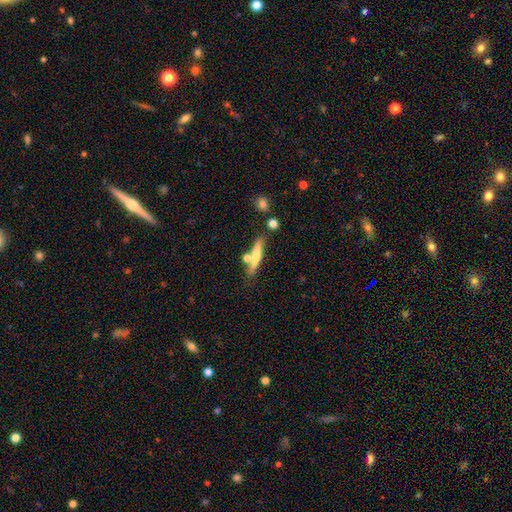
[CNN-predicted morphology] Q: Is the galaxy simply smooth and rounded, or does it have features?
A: smooth — 54%.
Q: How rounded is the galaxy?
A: cigar-shaped — 84%.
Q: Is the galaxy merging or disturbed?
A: none — 65%.